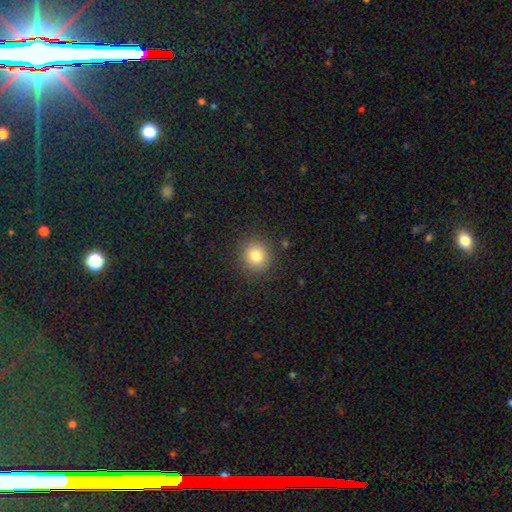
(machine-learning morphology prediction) smooth_or_featured: smooth (p=0.80) [alt: star or artifact p=0.12]
how_rounded: round (p=0.92) [alt: in between p=0.07]
merging: none (p=0.89) [alt: minor disturbance p=0.07]